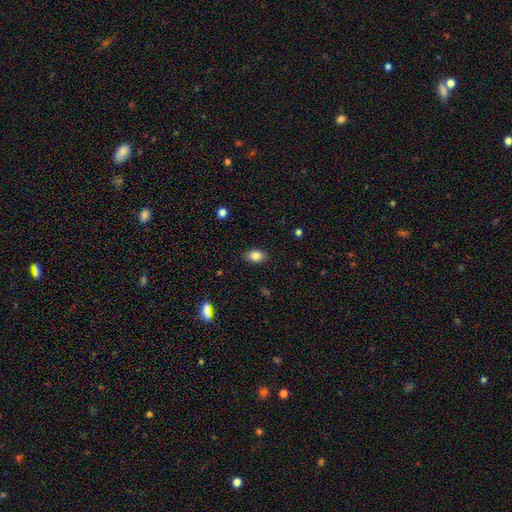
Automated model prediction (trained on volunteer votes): This appears to be a smooth galaxy with no disk features (85%) that is in between round and cigar-shaped (84%). Merging: none (87%).